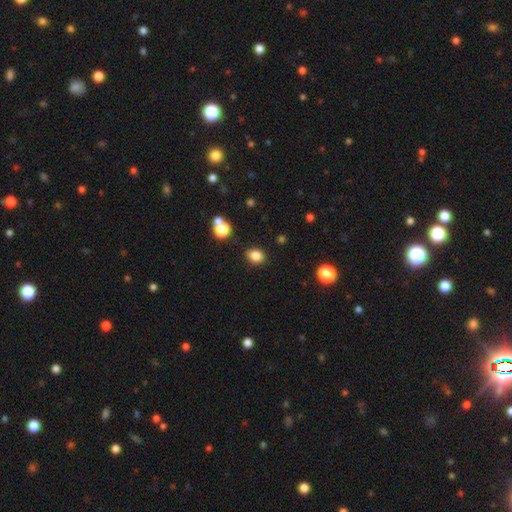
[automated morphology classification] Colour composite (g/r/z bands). It shows a smooth galaxy with no disk features (83%) that is round (52%). Merging: none (85%).